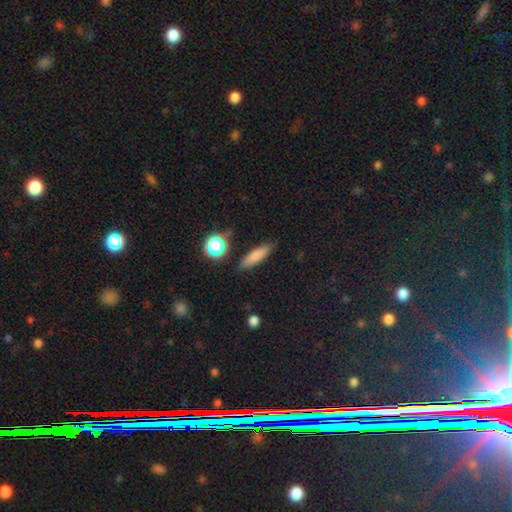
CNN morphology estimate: This is likely a smooth galaxy (78%). How rounded: likely cigar-shaped (69%). Merging: clearly none (85%).